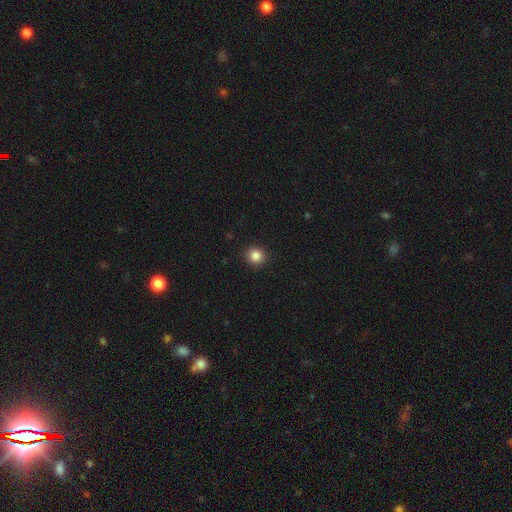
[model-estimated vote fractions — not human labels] Overall: smooth (85%). How rounded: round (90%). Merging: none (92%).